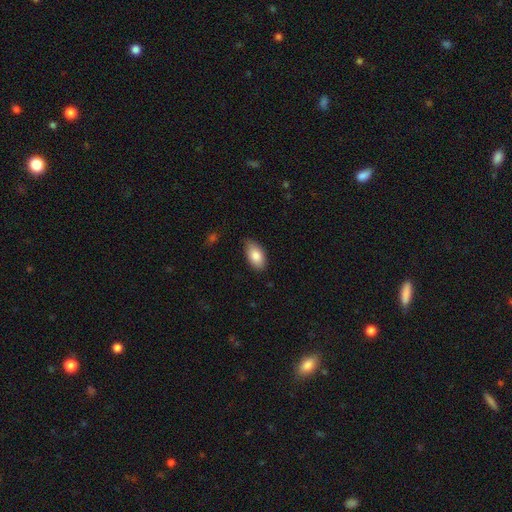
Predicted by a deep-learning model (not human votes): Smooth or featured? Predicted: smooth (p=0.84). How rounded? Predicted: in between (p=0.93). Merging? Predicted: none (p=0.76).